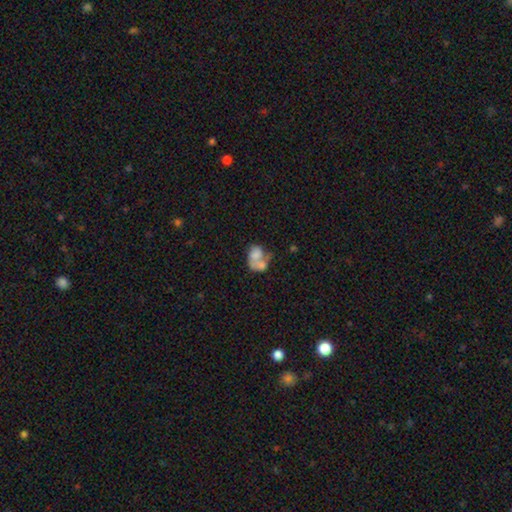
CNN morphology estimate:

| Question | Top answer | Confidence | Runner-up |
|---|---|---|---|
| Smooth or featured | smooth | 57% | featured or disk (34%) |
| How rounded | in between | 70% | round (29%) |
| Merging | merger | 58% | major disturbance (16%) |